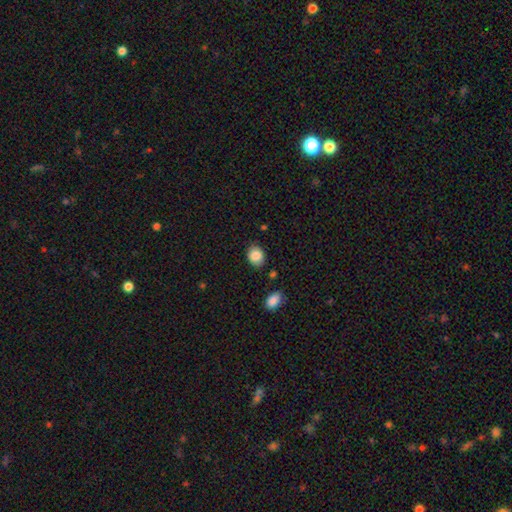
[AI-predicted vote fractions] Q: Smooth or featured?
A: smooth (86%); runner-up: star or artifact (8%)
Q: How rounded?
A: round (52%); runner-up: in between (47%)
Q: Merging?
A: none (81%); runner-up: minor disturbance (13%)